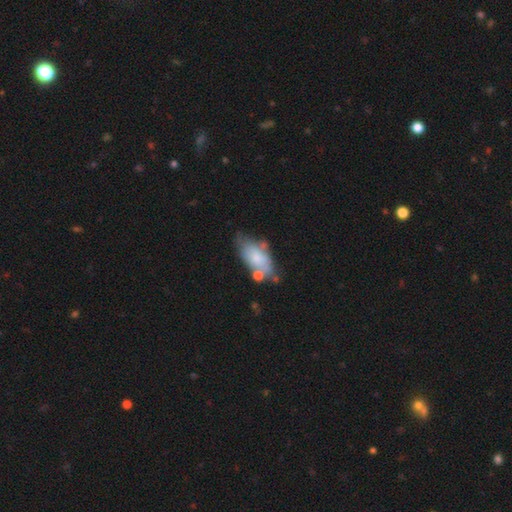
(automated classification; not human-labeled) This is likely a smooth galaxy (65%). How rounded: clearly in between (90%). Merging: marginally none (43%).